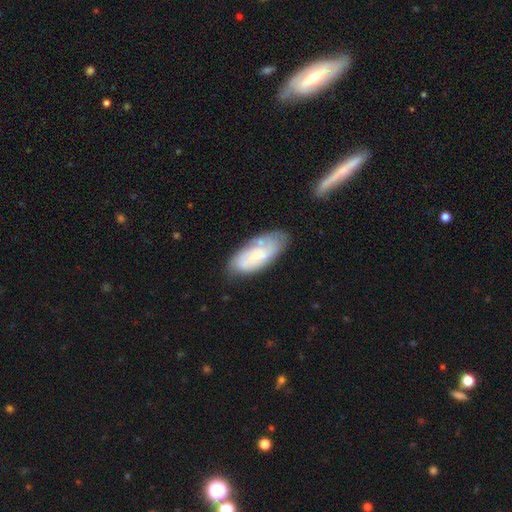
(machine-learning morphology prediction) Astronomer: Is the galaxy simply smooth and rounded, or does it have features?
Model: smooth — 48% (runner-up: featured or disk, 45%).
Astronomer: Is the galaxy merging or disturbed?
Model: none — 64%.